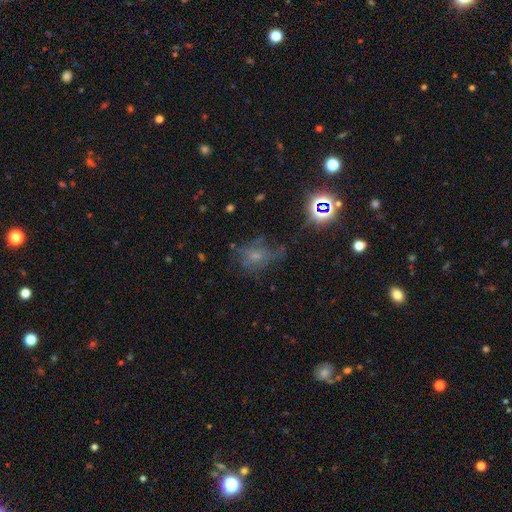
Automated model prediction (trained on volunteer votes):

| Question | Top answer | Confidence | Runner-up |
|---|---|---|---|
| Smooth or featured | smooth | 40% | star or artifact (31%) |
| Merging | none | 44% | major disturbance (27%) |